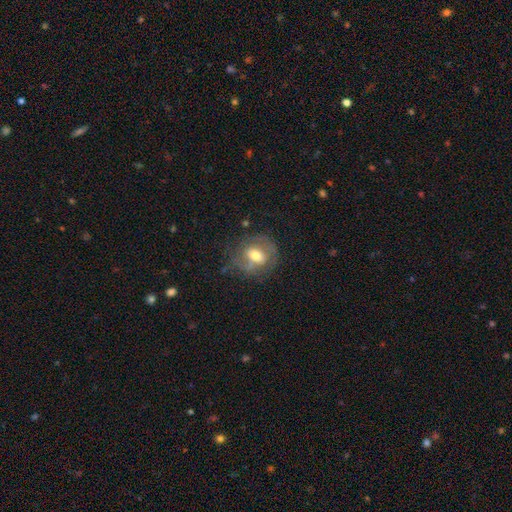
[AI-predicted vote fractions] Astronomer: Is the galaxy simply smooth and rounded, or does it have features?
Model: smooth — 50% (runner-up: featured or disk, 41%).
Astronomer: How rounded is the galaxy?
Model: round — 62%.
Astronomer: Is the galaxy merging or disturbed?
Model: none — 59%.